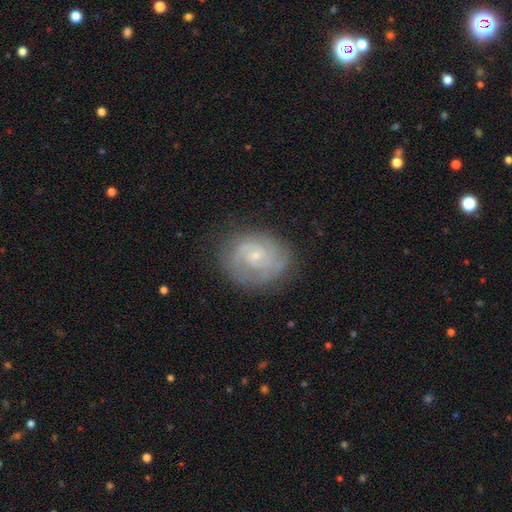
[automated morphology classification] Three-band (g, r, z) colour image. It shows a featured or disk galaxy (77%) with no bar (58%), 2 (56%) tight (55%) spiral arms (92%) and a small central bulge (76%). Merging: none (77%).